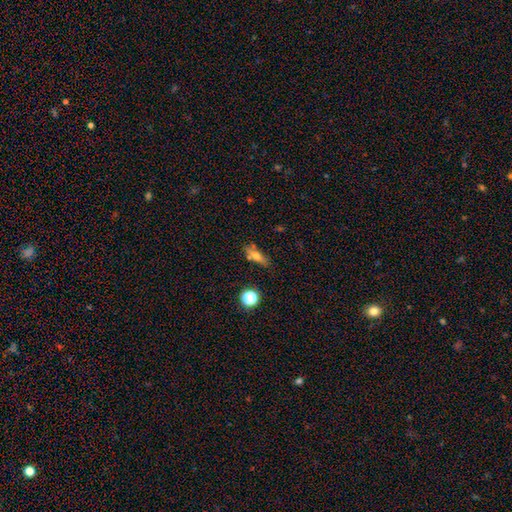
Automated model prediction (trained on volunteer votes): Overall: smooth (58%; featured or disk 28%). How rounded: cigar-shaped (46%; in between 45%). Merging: none (73%).